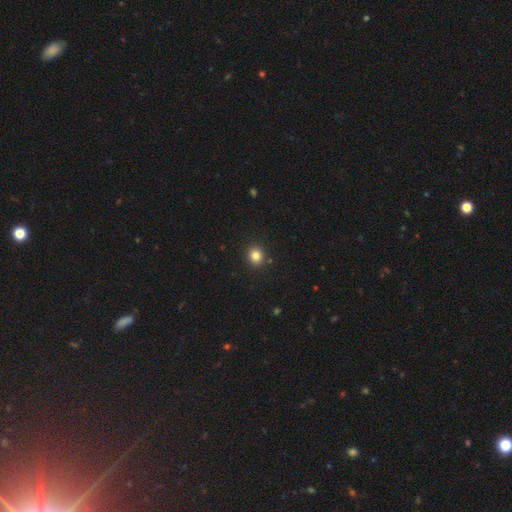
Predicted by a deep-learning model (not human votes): Smooth or featured? Predicted: smooth (p=0.83). How rounded? Predicted: round (p=0.78). Merging? Predicted: none (p=0.90).